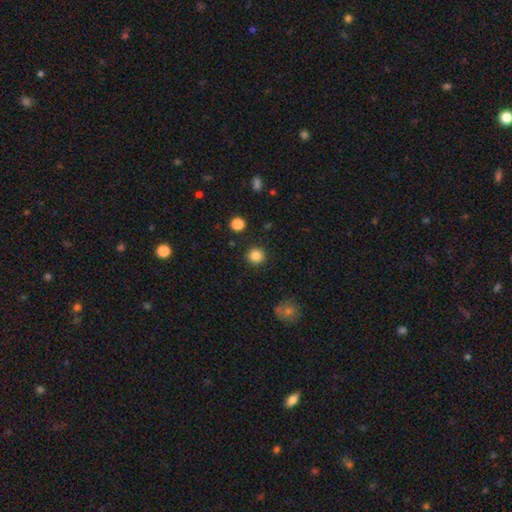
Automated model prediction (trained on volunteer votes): The model was most divided on "smooth or featured": smooth: 85%, star or artifact: 11%, featured or disk: 4%. More confident: how rounded — round (93%); merging — none (91%).